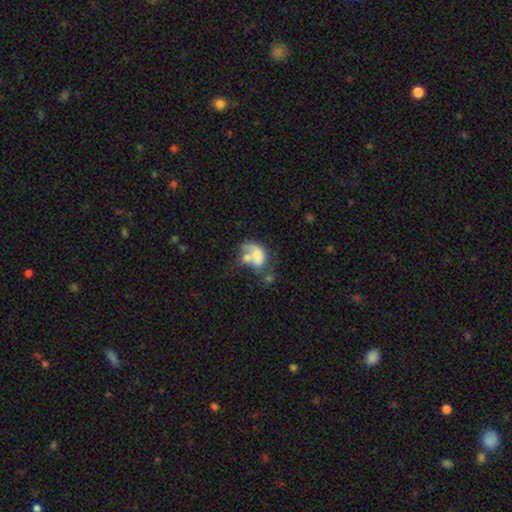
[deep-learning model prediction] Morphology: type=smooth (55%); roundness=in between (77%); merging=merger (43%).